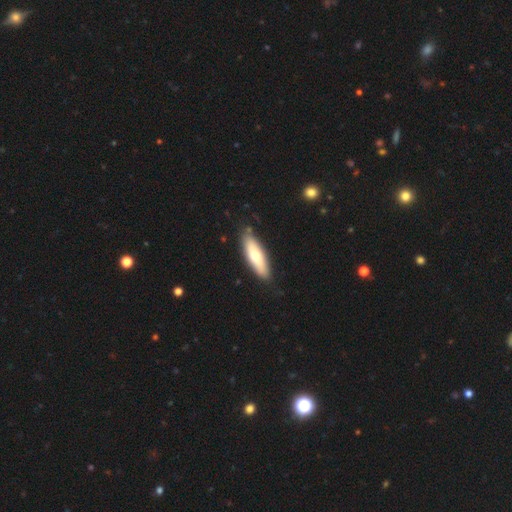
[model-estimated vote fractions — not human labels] A smooth galaxy with no disk features (64%) that is cigar-shaped (52%).

Vote fractions:
- Smooth or featured? smooth: 64% / featured or disk: 31% / star or artifact: 5%
- How rounded? cigar-shaped: 52% / in between: 46% / round: 2%
- Merging? none: 83% / minor disturbance: 12% / major disturbance: 2% / merger: 2%